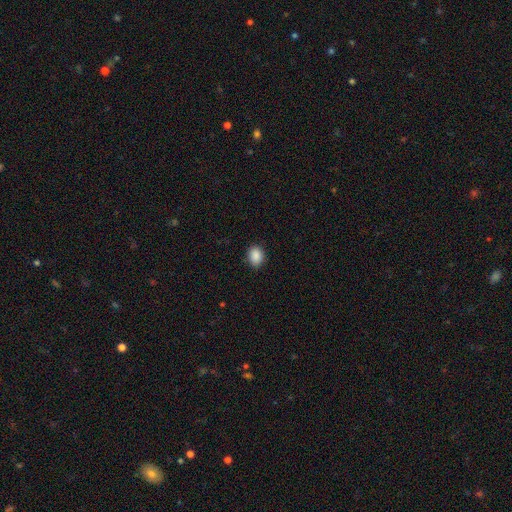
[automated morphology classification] Smooth or featured? Predicted: smooth (p=0.89). How rounded? Predicted: in between (p=0.57). Merging? Predicted: none (p=0.86).